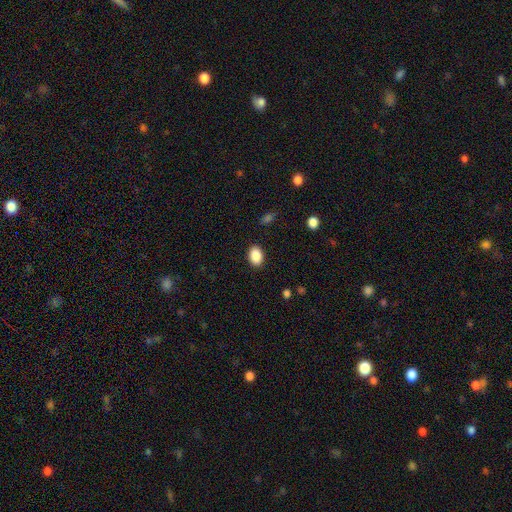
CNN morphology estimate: type=smooth (89%); roundness=in between (81%); merging=none (89%).